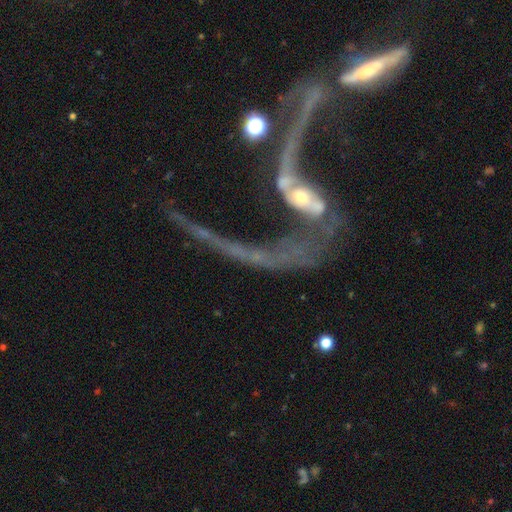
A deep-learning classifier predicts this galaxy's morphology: type=featured or disk (80%); edge-on=no (91%); bar=no (53%); spiral arms=yes (77%); winding=loose (89%); arm count=2 (73%); bulge=small (49%); merging=merger (42%).